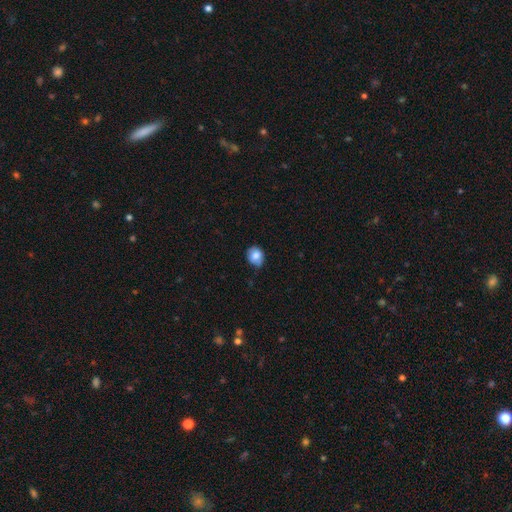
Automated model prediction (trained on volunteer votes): Smooth or featured: smooth — 79% (featured or disk — 12%)
How rounded: round — 63% (in between — 36%)
Merging: none — 67% (minor disturbance — 27%)